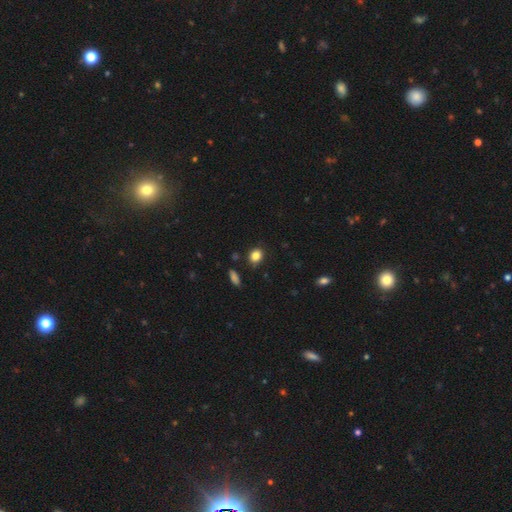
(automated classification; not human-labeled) Q: Smooth or featured?
A: smooth (84%); runner-up: star or artifact (11%)
Q: How rounded?
A: round (59%); runner-up: in between (40%)
Q: Merging?
A: none (85%); runner-up: minor disturbance (10%)